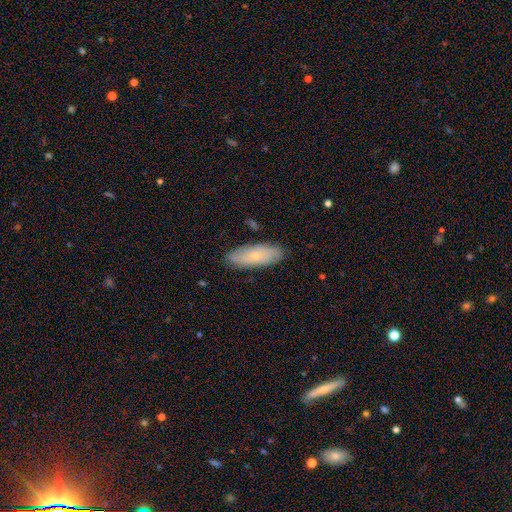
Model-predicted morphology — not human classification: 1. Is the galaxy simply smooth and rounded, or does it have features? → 55% smooth, 39% featured or disk, 7% star or artifact.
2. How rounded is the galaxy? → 68% in between, 30% cigar-shaped, 2% round.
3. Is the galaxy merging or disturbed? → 84% none, 13% minor disturbance, 2% major disturbance, 1% merger.